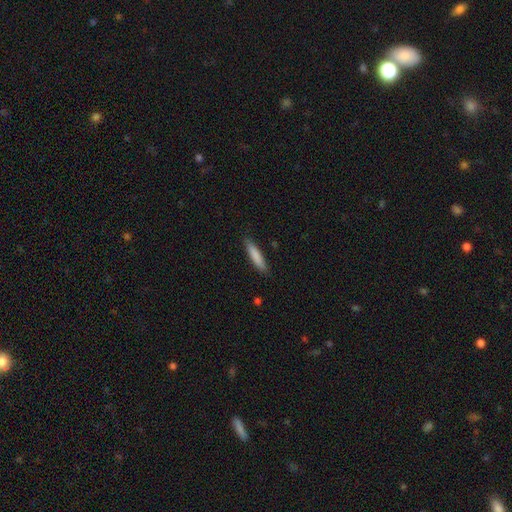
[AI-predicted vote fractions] smooth-or-featured: smooth: 83% | featured or disk: 11% | star or artifact: 6%
  how-rounded: cigar-shaped: 86% | in between: 13% | round: 1%
  merging: none: 88% | minor disturbance: 9% | major disturbance: 2% | merger: 1%